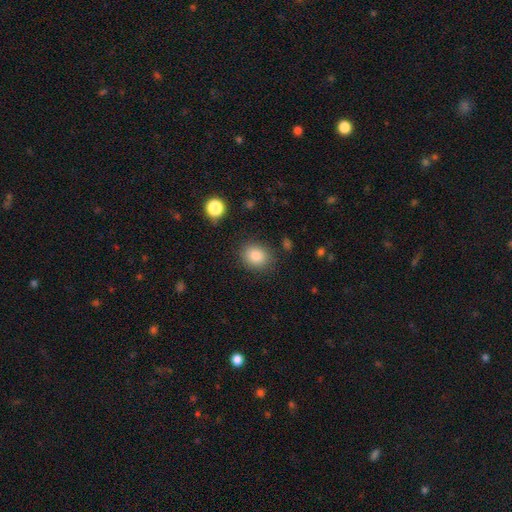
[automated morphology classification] smooth-or-featured: smooth: 83% | star or artifact: 10% | featured or disk: 7%
  how-rounded: round: 61% | in between: 38% | cigar-shaped: 1%
  merging: none: 85% | minor disturbance: 10% | major disturbance: 3% | merger: 2%